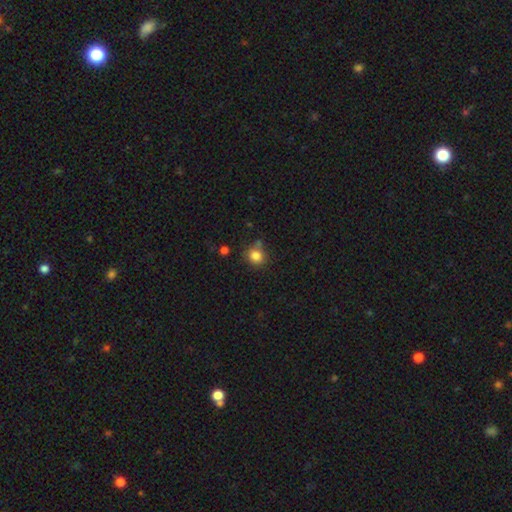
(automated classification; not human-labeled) A smooth galaxy with no disk features (83%) that is round (82%). Merging: none (73%).